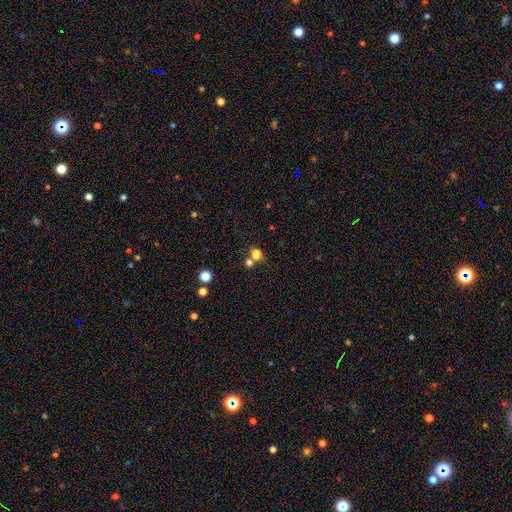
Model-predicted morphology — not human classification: Smooth or featured?
  - smooth: 75% *
  - star or artifact: 16%
  - featured or disk: 9%
How rounded?
  - round: 51% *
  - in between: 48%
  - cigar-shaped: 2%
Merging?
  - none: 42% *
  - merger: 40%
  - minor disturbance: 11%
  - major disturbance: 6%